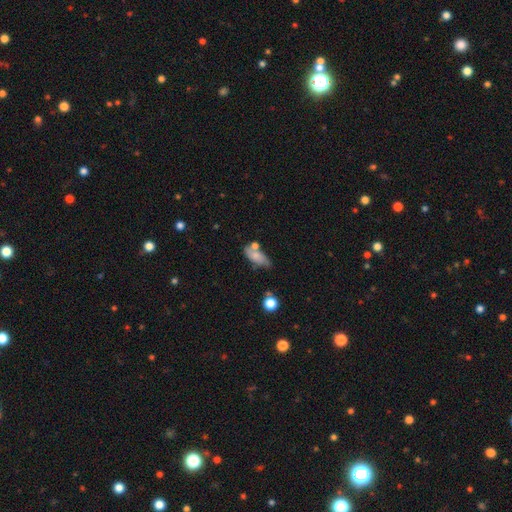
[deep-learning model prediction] Smooth or featured? smooth (67%)
How rounded? in between (80%)
Merging? none (47%)